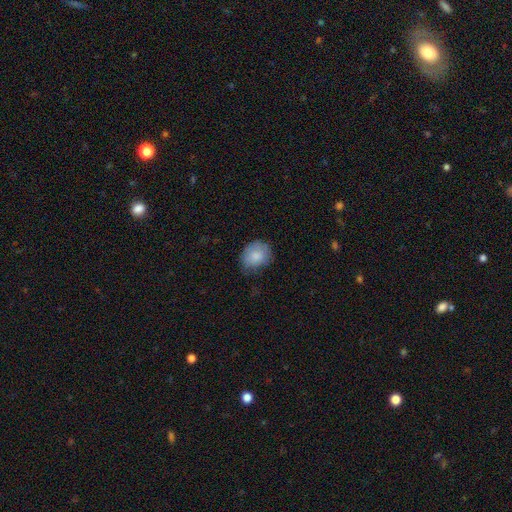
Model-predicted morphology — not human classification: Smooth or featured?
  - smooth: 84% *
  - featured or disk: 9%
  - star or artifact: 7%
How rounded?
  - round: 63% *
  - in between: 36%
  - cigar-shaped: 1%
Merging?
  - none: 63% *
  - minor disturbance: 29%
  - major disturbance: 7%
  - merger: 1%